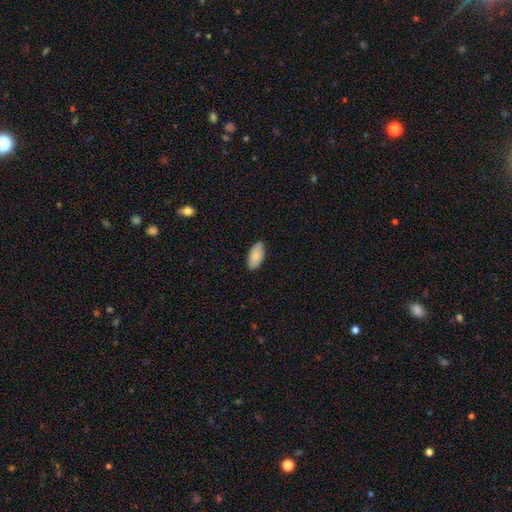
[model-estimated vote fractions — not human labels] This is clearly a smooth galaxy (85%). How rounded: clearly in between (94%). Merging: clearly none (88%).